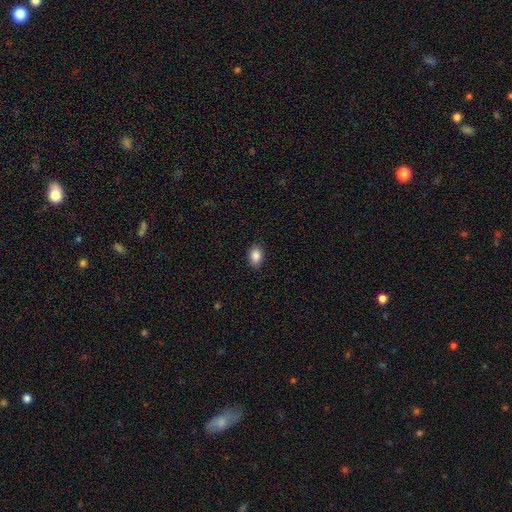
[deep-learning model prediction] smooth 88%, star or artifact 8%, featured or disk 4%. Down the decision tree: how rounded — in between (78%); merging — none (88%).